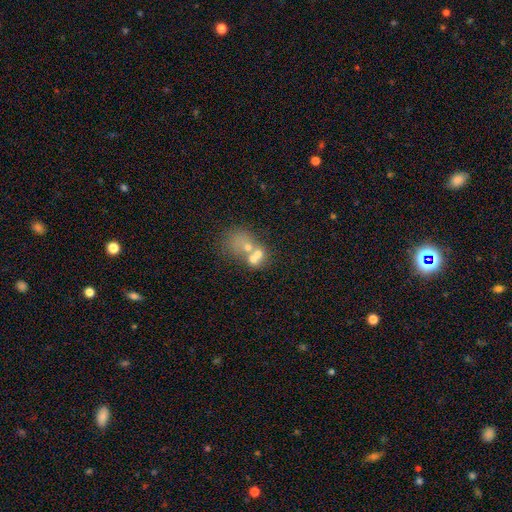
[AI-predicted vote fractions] Overall: smooth (49%; featured or disk 34%). Merging: merger (59%; none 25%).